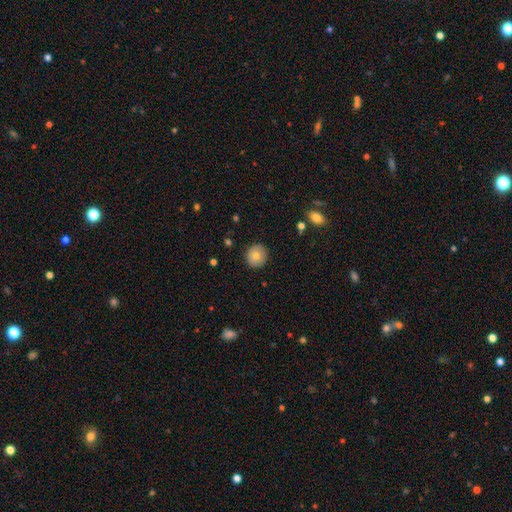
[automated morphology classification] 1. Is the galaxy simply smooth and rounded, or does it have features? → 75% smooth, 17% featured or disk, 8% star or artifact.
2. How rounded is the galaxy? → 91% round, 8% in between, 1% cigar-shaped.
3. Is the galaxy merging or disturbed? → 90% none, 7% minor disturbance, 2% major disturbance, 1% merger.